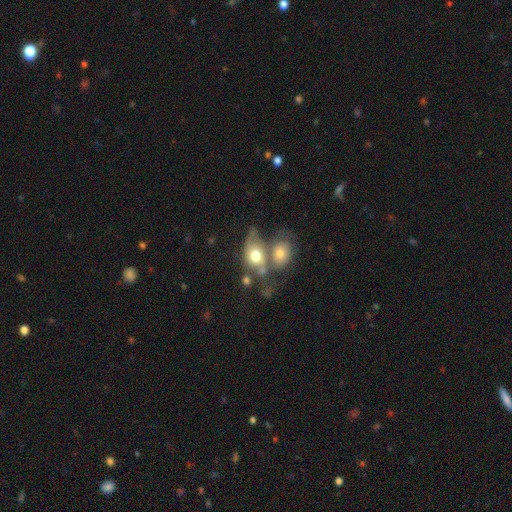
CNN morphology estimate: Smooth or featured? Predicted: smooth (p=0.63). How rounded? Predicted: in between (p=0.68). Merging? Predicted: merger (p=0.53).